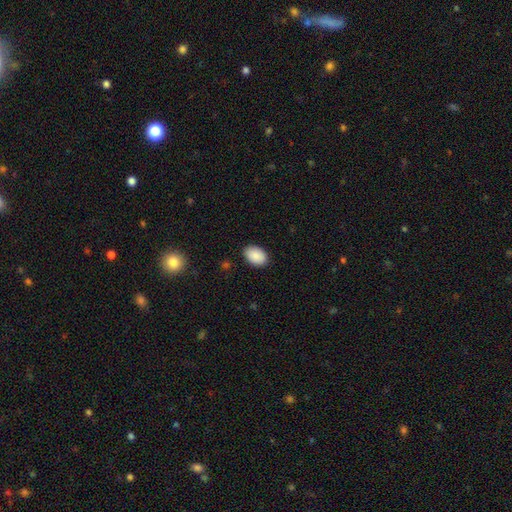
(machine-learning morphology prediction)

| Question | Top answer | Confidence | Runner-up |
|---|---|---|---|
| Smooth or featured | smooth | 90% | star or artifact (7%) |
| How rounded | in between | 86% | round (13%) |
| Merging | none | 88% | minor disturbance (9%) |